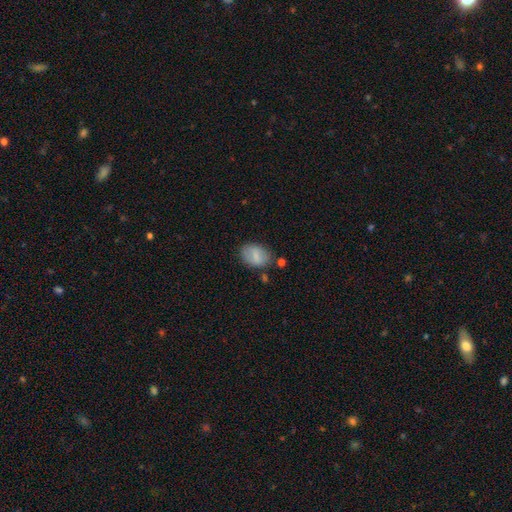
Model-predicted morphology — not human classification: Smooth or featured? smooth (73%)
How rounded? in between (80%)
Merging? none (69%)